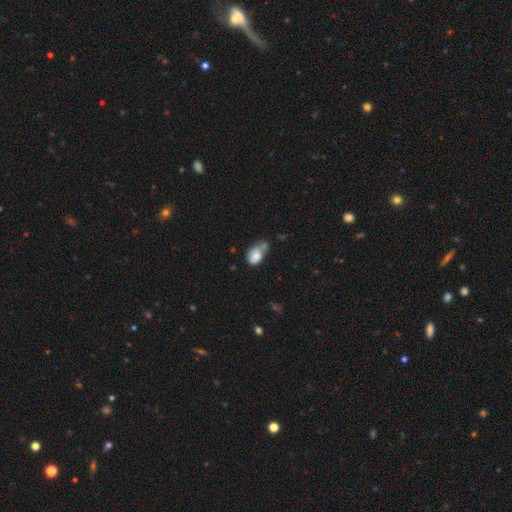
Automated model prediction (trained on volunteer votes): smooth_or_featured: smooth (p=0.78) [alt: featured or disk p=0.14]
how_rounded: in between (p=0.79) [alt: round p=0.20]
merging: merger (p=0.32) [alt: minor disturbance p=0.29]